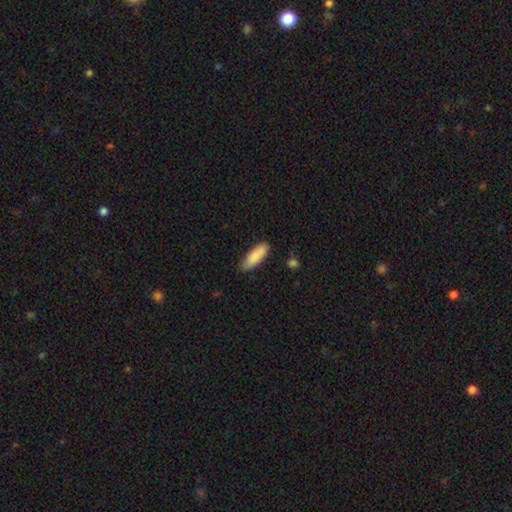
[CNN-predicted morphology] type=smooth (85%); roundness=in between (66%); merging=none (82%).